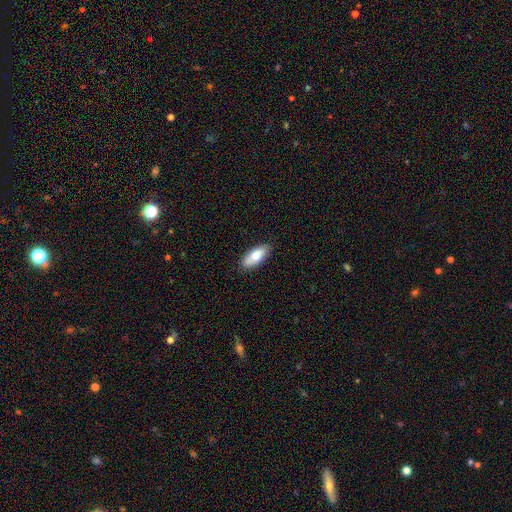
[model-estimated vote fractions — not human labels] Morphology: type=smooth (75%); roundness=in between (82%); merging=none (85%).